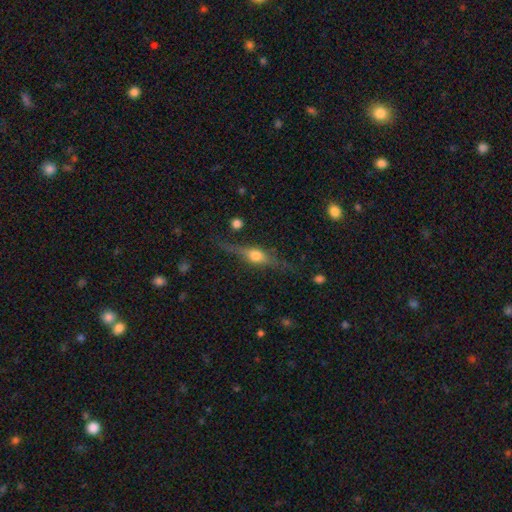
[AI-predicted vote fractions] Morphology: type=featured or disk (69%); edge-on=yes (94%); edge-on bulge=rounded (93%); merging=none (78%).